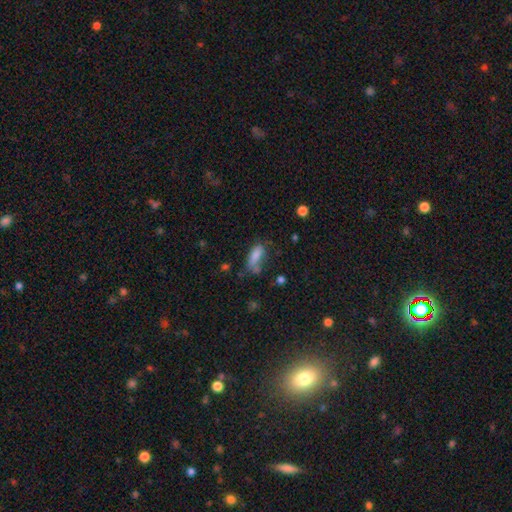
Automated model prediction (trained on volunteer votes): Smooth or featured: smooth — 76% (featured or disk — 13%)
How rounded: in between — 72% (cigar-shaped — 25%)
Merging: none — 39% (minor disturbance — 29%)